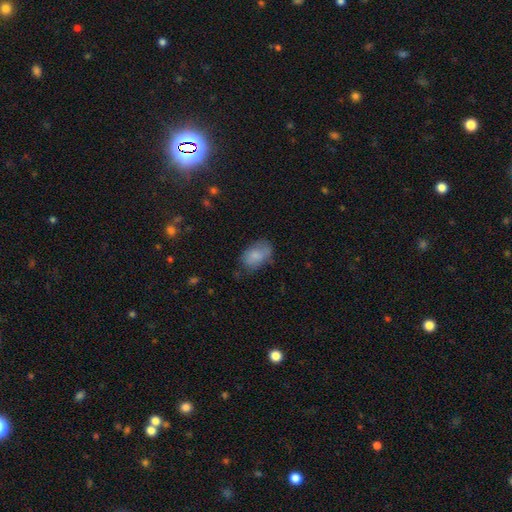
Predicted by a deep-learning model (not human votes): Overall: smooth (78%). How rounded: in between (88%). Merging: none (56%; minor disturbance 28%).